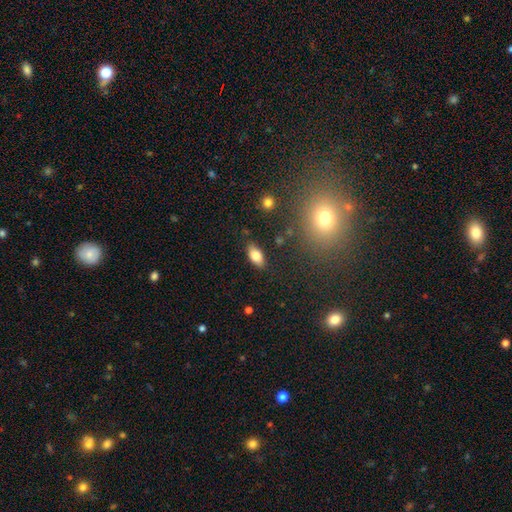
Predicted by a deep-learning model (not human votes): This is clearly a smooth galaxy (80%). How rounded: clearly in between (90%). Merging: clearly none (83%).